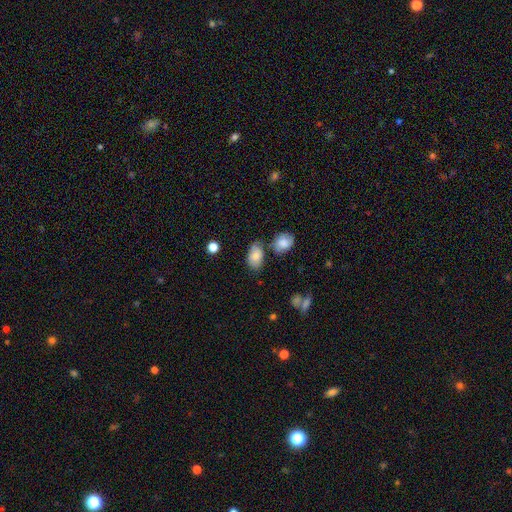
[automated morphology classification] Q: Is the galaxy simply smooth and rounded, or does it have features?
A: smooth — 79%.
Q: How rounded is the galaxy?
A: in between — 88%.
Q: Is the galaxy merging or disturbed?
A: none — 61%.